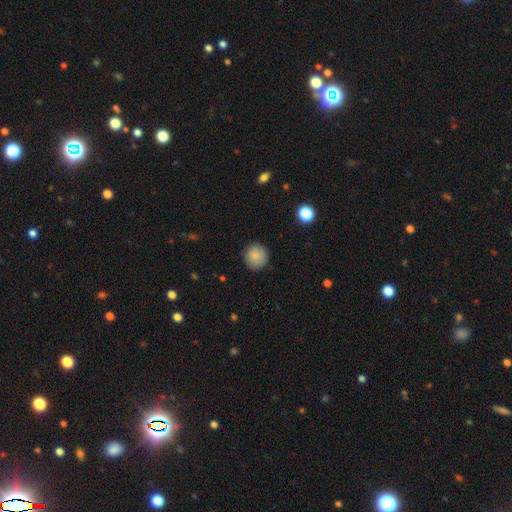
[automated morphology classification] Smooth or featured: smooth — 86% (star or artifact — 8%)
How rounded: round — 93% (in between — 6%)
Merging: none — 89% (minor disturbance — 8%)